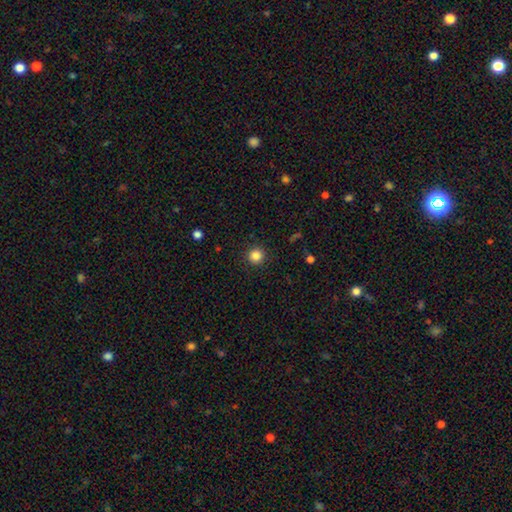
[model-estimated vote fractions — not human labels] This is clearly a smooth galaxy (85%). How rounded: clearly round (95%). Merging: clearly none (91%).